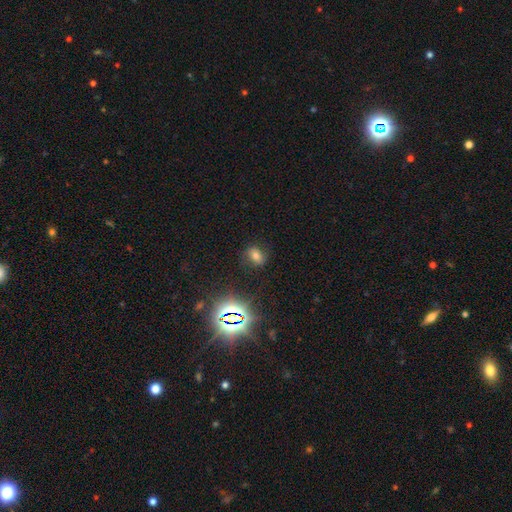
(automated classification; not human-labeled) Q: Smooth or featured?
A: smooth (57%); runner-up: star or artifact (29%)
Q: How rounded?
A: in between (62%); runner-up: round (36%)
Q: Merging?
A: none (80%); runner-up: minor disturbance (13%)